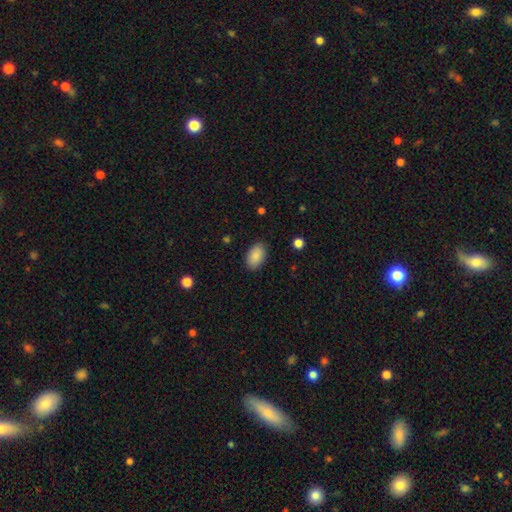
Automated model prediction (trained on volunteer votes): Morphology: type=smooth (89%); roundness=in between (93%); merging=none (87%).